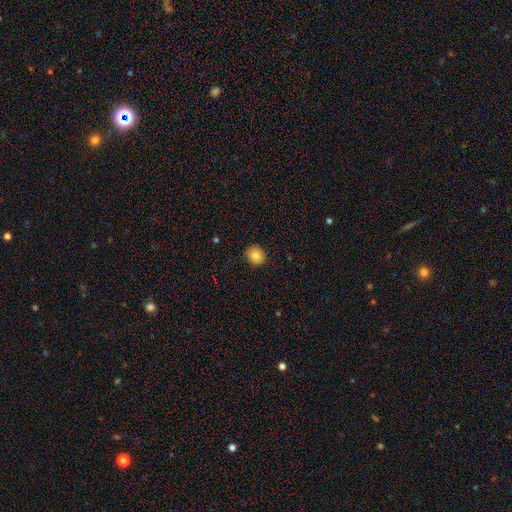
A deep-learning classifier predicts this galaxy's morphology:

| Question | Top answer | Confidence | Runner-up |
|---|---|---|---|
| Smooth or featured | smooth | 84% | star or artifact (9%) |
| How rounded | round | 75% | in between (24%) |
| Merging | none | 90% | minor disturbance (7%) |